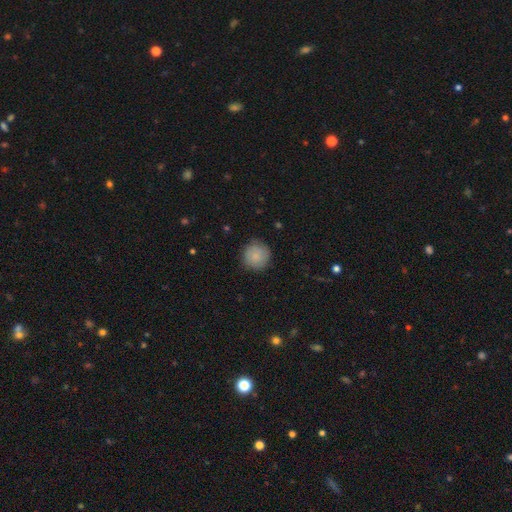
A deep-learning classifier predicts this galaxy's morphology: Smooth or featured? Predicted: smooth (p=0.83). How rounded? Predicted: round (p=0.93). Merging? Predicted: none (p=0.83).